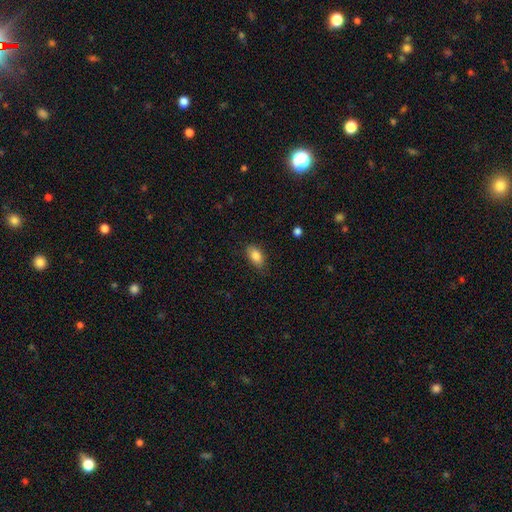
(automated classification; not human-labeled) Overall: smooth (85%). How rounded: in between (89%). Merging: none (79%).